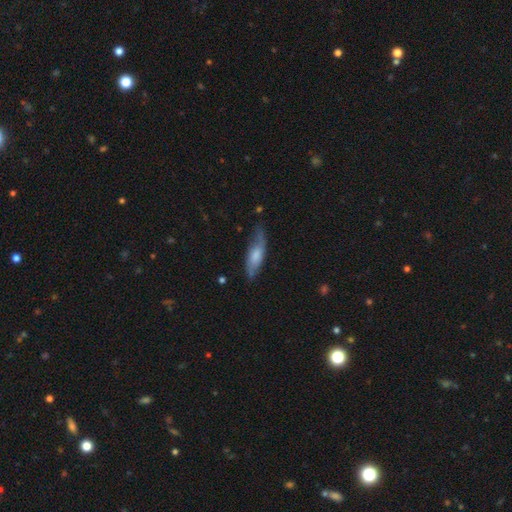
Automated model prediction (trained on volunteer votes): smooth-or-featured: smooth: 60% | featured or disk: 34% | star or artifact: 6%
  how-rounded: in between: 54% | cigar-shaped: 44% | round: 2%
  merging: none: 58% | minor disturbance: 30% | major disturbance: 9% | merger: 2%